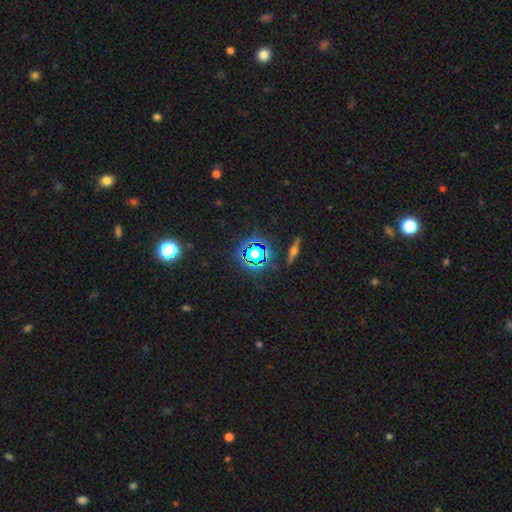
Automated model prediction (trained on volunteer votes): star or artifact 68%, smooth 19%, featured or disk 14%.